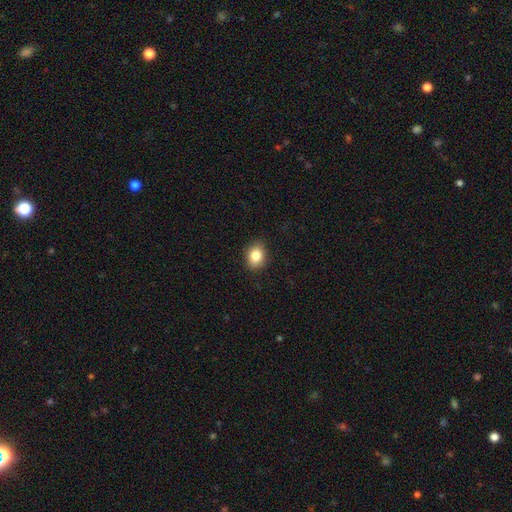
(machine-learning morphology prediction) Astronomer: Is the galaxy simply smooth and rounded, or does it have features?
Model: smooth — 83%.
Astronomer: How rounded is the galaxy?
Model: in between — 51% (runner-up: round, 48%).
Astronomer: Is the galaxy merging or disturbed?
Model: none — 89%.